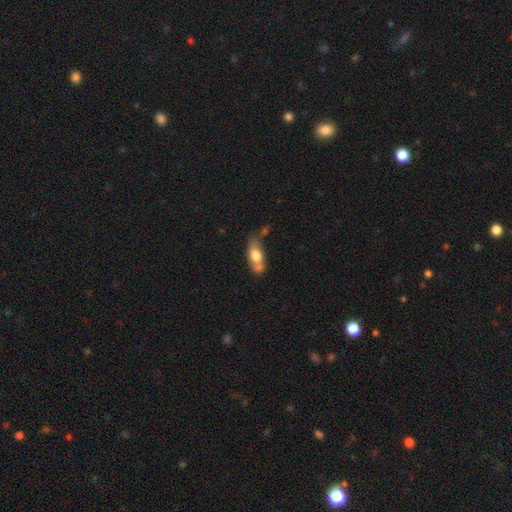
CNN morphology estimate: The model was most divided on "merging": none: 37%, merger: 32%, minor disturbance: 21%, major disturbance: 10%. More confident: how rounded — in between (81%); smooth or featured — smooth (65%).